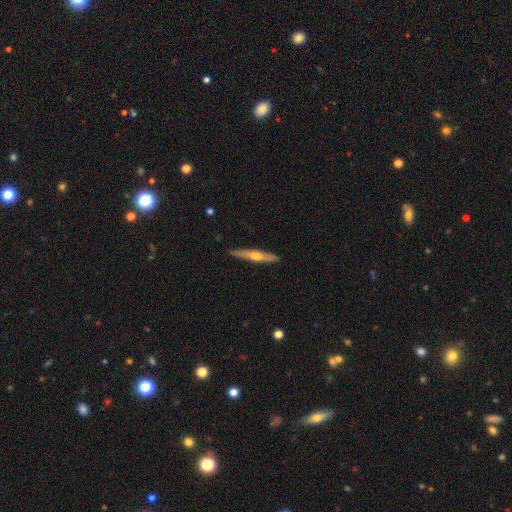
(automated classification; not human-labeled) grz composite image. It shows a featured or disk galaxy (60%) viewed edge-on (95%) with a rounded central bulge (89%). Merging: none (89%).